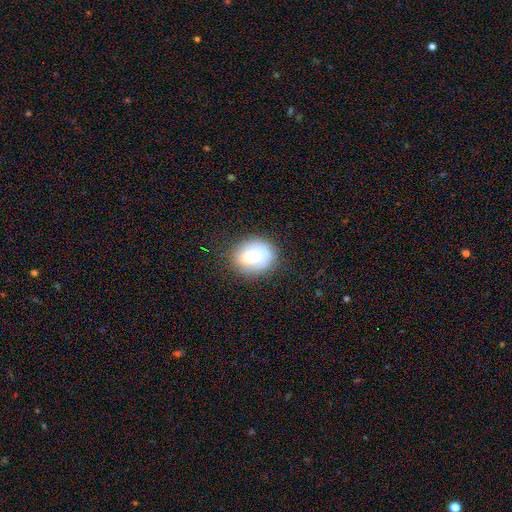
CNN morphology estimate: This appears to be a smooth galaxy with no disk features (62%) that is round (63%). Merging: none (57%).